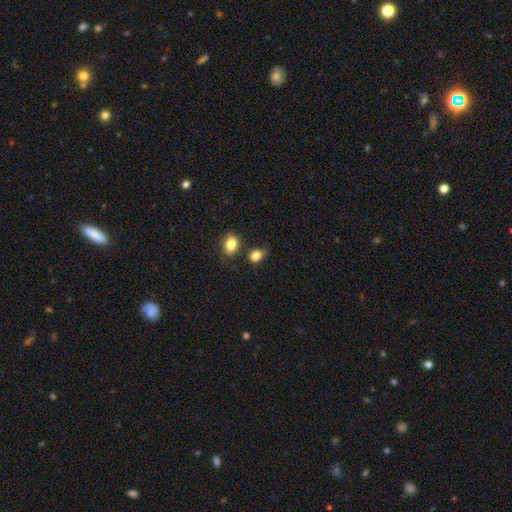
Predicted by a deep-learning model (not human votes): smooth_or_featured: smooth (p=0.84) [alt: star or artifact p=0.10]
how_rounded: in between (p=0.62) [alt: round p=0.36]
merging: none (p=0.66) [alt: minor disturbance p=0.17]